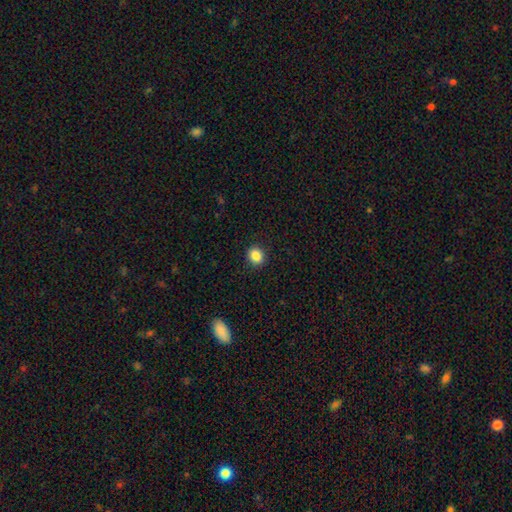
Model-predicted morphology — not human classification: The model was most divided on "how rounded": round: 76%, in between: 23%, cigar-shaped: 1%. More confident: merging — none (92%); smooth or featured — smooth (86%).